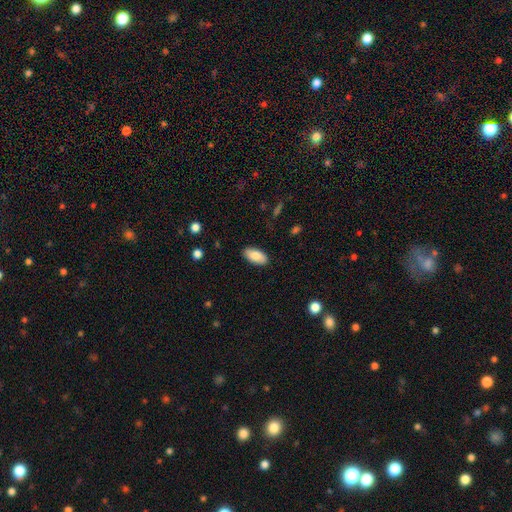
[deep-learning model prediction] smooth 82%, featured or disk 11%, star or artifact 6%. Down the decision tree: how rounded — in between (93%); merging — none (88%).